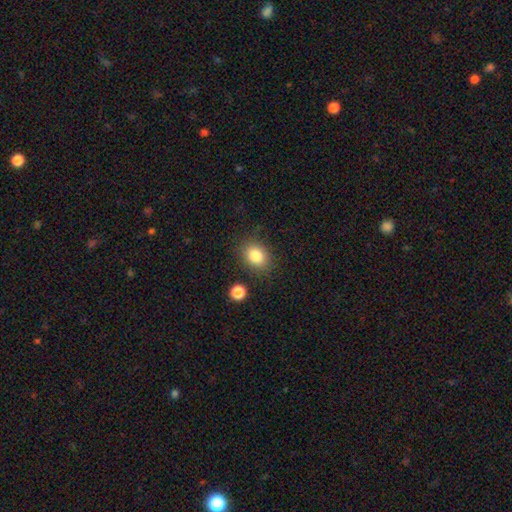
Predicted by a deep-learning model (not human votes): Overall: smooth (83%). How rounded: in between (51%; round 48%). Merging: none (82%).